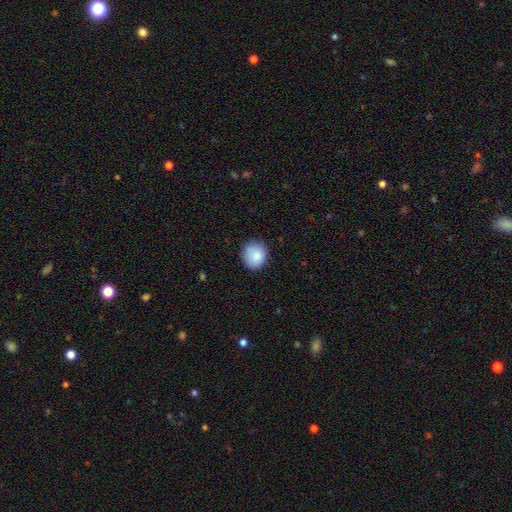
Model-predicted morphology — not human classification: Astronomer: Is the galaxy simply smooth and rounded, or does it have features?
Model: smooth — 86%.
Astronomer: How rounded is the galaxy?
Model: round — 76%.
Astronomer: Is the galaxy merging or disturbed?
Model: none — 81%.